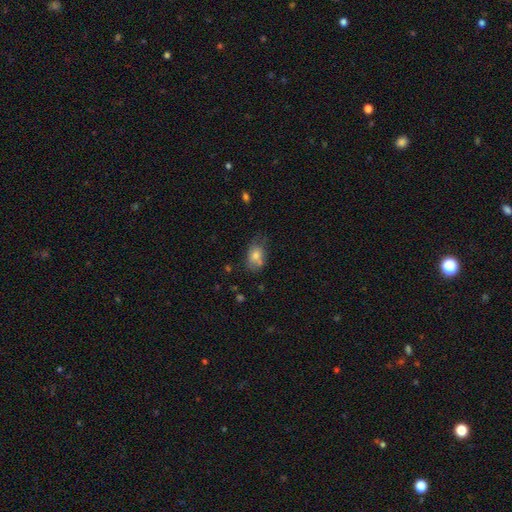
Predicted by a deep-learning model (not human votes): Morphology: type=smooth (72%); roundness=in between (79%); merging=none (54%).